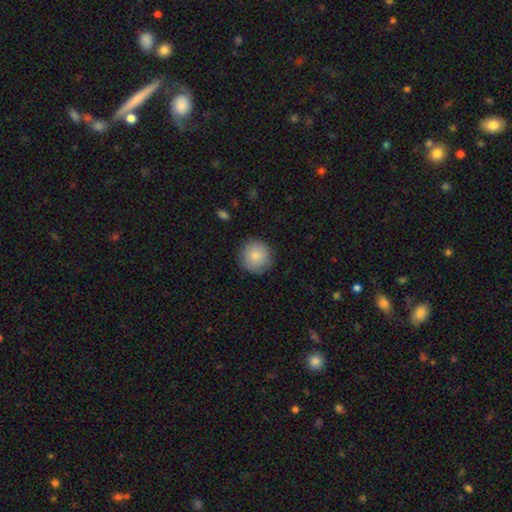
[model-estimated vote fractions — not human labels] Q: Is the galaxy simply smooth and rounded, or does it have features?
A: smooth — 86%.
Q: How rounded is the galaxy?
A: round — 94%.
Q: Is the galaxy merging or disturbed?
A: none — 88%.